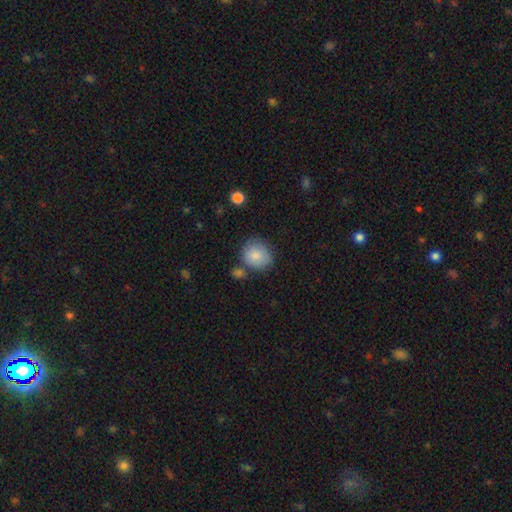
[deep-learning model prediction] Q: Smooth or featured?
A: smooth (85%); runner-up: featured or disk (8%)
Q: How rounded?
A: round (75%); runner-up: in between (24%)
Q: Merging?
A: none (65%); runner-up: minor disturbance (18%)